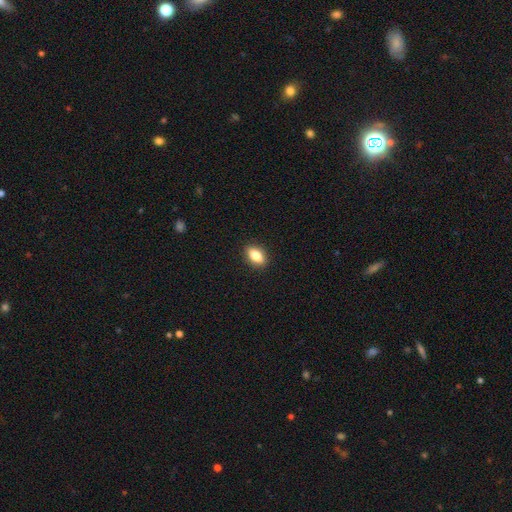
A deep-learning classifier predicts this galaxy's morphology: Smooth or featured? Predicted: smooth (p=0.81). How rounded? Predicted: in between (p=0.84). Merging? Predicted: none (p=0.89).